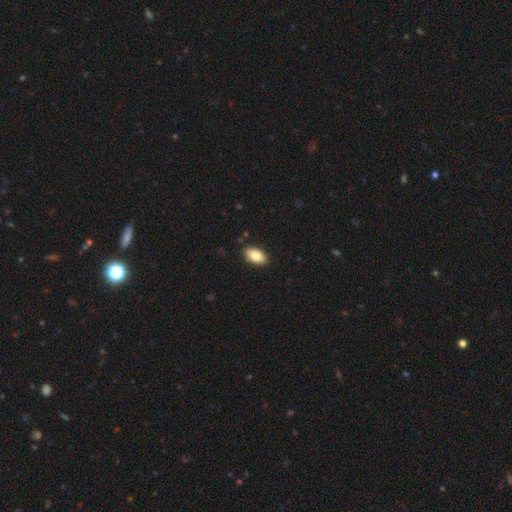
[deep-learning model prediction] smooth-or-featured: smooth: 82% | featured or disk: 11% | star or artifact: 7%
  how-rounded: in between: 93% | round: 4% | cigar-shaped: 3%
  merging: none: 88% | minor disturbance: 9% | major disturbance: 2% | merger: 1%